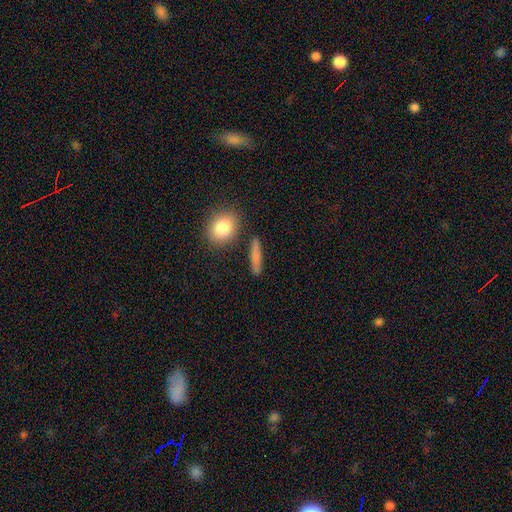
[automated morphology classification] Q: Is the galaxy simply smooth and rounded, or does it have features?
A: smooth — 77%.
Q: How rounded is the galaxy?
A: cigar-shaped — 75%.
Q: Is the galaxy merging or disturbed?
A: none — 84%.